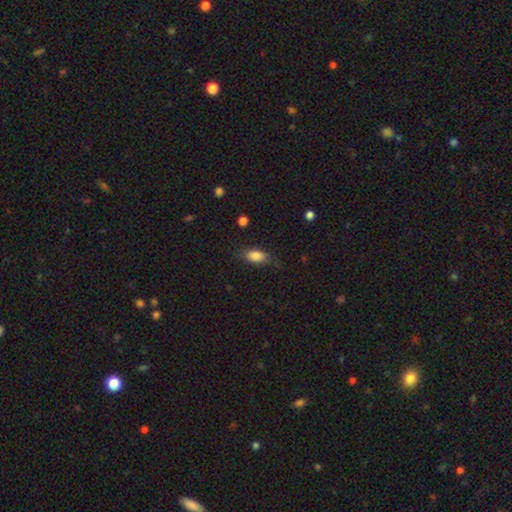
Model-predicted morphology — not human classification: Smooth or featured: smooth — 82% (featured or disk — 11%)
How rounded: in between — 84% (cigar-shaped — 12%)
Merging: none — 72% (minor disturbance — 20%)